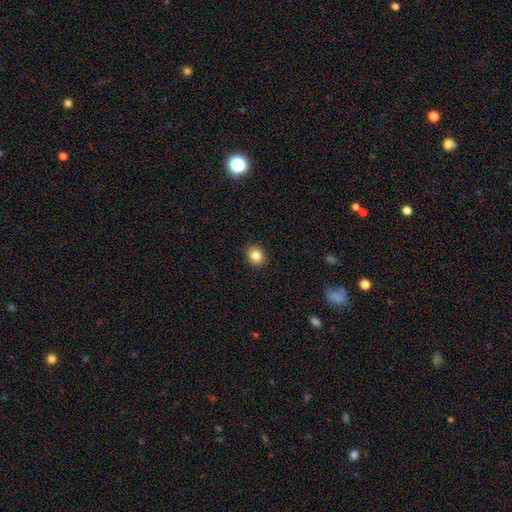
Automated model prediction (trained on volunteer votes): smooth-or-featured: smooth: 84% | star or artifact: 10% | featured or disk: 6%
  how-rounded: round: 65% | in between: 34% | cigar-shaped: 1%
  merging: none: 90% | minor disturbance: 7% | major disturbance: 2% | merger: 1%